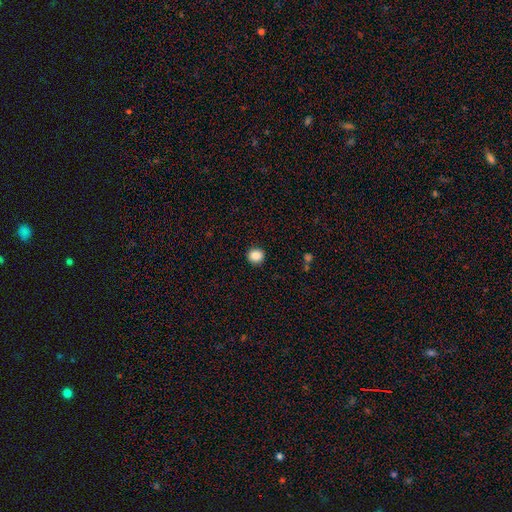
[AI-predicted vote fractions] Smooth or featured?
  - smooth: 87% *
  - star or artifact: 9%
  - featured or disk: 4%
How rounded?
  - round: 89% *
  - in between: 10%
  - cigar-shaped: 1%
Merging?
  - none: 92% *
  - minor disturbance: 6%
  - major disturbance: 2%
  - merger: 1%